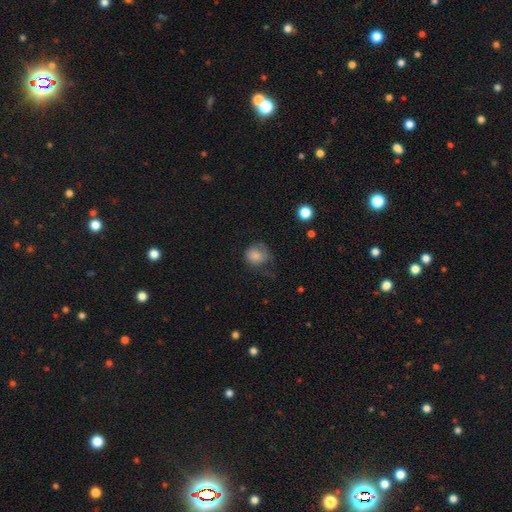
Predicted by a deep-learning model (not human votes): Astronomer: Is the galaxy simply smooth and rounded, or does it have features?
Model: smooth — 78%.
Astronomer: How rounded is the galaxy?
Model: round — 71%.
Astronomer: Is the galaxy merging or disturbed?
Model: none — 40% (runner-up: minor disturbance, 30%).